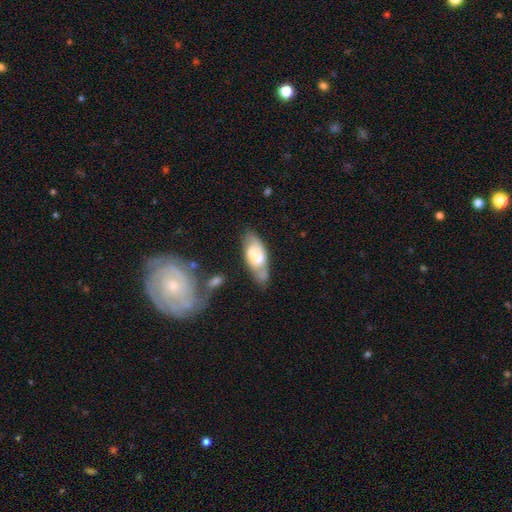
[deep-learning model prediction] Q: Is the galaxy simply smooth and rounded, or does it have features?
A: smooth — 49%.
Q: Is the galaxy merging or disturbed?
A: none — 50%.